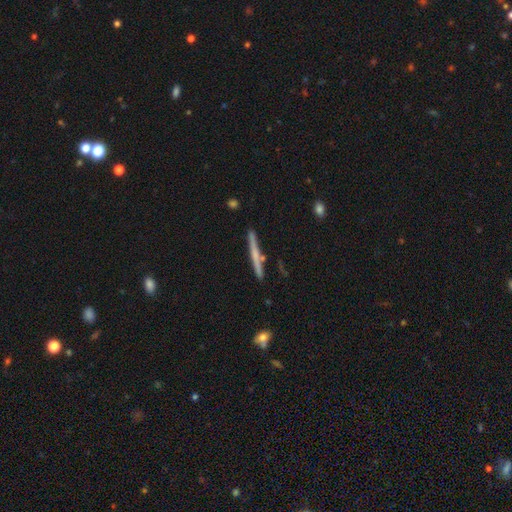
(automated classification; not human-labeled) smooth_or_featured: featured or disk (p=0.53) [alt: smooth p=0.41]
disk_edge_on: yes (p=0.97) [alt: no p=0.03]
edge_on_bulge: none (p=0.60) [alt: rounded p=0.33]
merging: none (p=0.86) [alt: minor disturbance p=0.08]